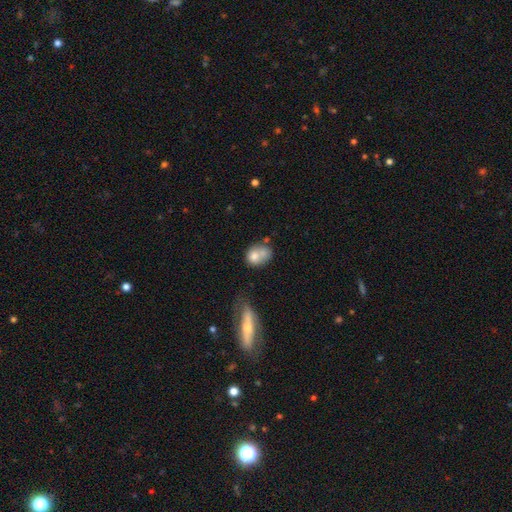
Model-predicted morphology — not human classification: smooth 70%, featured or disk 21%, star or artifact 9%. Down the decision tree: how rounded — in between (53%); merging — merger (41%).